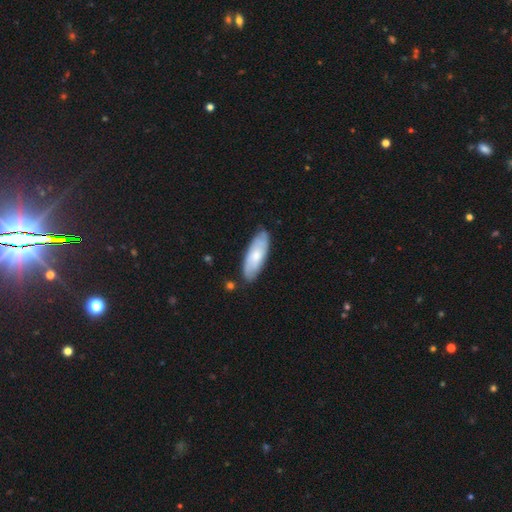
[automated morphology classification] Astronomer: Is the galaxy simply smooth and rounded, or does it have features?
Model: smooth — 58% (runner-up: featured or disk, 36%).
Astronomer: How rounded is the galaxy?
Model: in between — 68%.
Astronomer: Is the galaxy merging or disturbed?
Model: none — 80%.